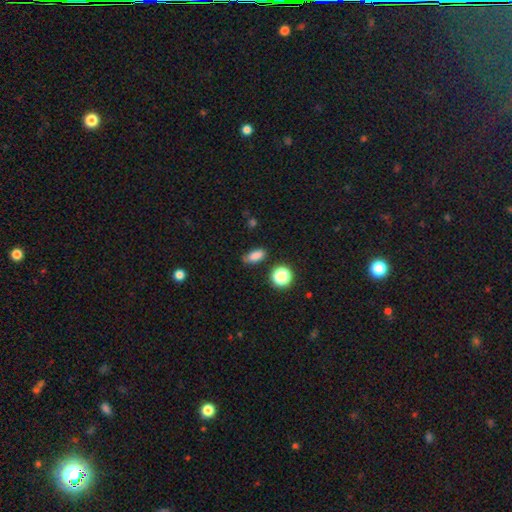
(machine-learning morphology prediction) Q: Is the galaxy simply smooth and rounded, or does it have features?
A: smooth — 82%.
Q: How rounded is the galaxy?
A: in between — 76%.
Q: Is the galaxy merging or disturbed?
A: none — 76%.